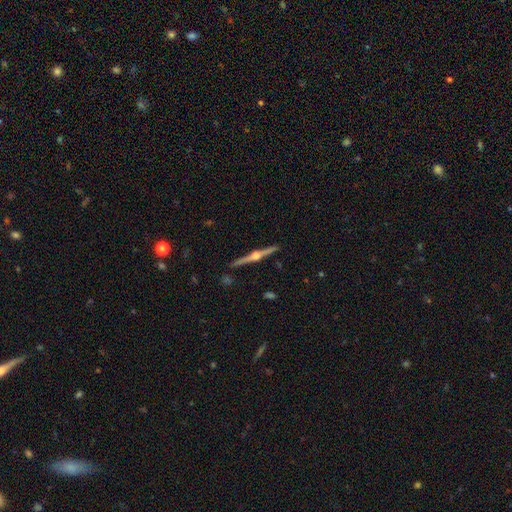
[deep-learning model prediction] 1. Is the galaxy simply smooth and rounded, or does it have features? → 87% featured or disk, 8% smooth, 5% star or artifact.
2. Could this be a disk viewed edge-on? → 99% yes, 1% no.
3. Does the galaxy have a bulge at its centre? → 94% rounded, 4% boxy, 2% none.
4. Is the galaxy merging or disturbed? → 92% none, 6% minor disturbance, 1% merger, 1% major disturbance.